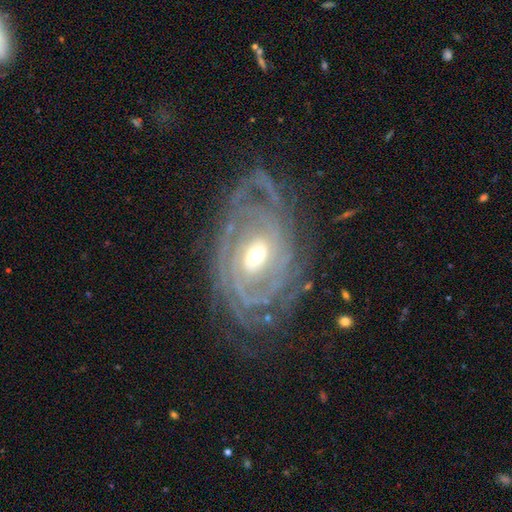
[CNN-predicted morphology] featured or disk 90%, star or artifact 5%, smooth 5%. Down the decision tree: edge-on disk — no (95%); bar — no (56%); spiral arms — yes (96%); spiral arm count — can't tell (32%); spiral winding — tight (78%); bulge size — moderate (48%); merging — none (71%).